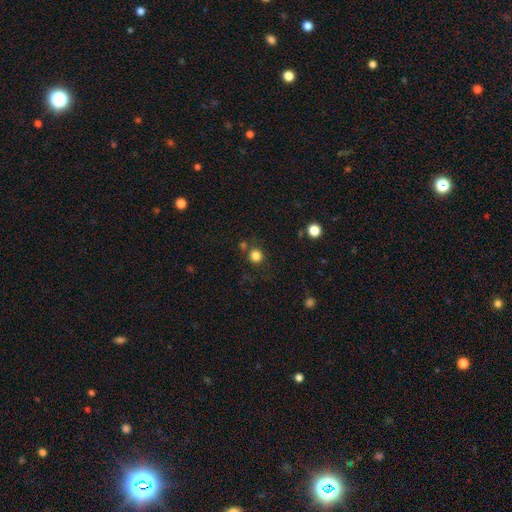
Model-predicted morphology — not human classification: type=smooth (83%); roundness=round (93%); merging=none (78%).